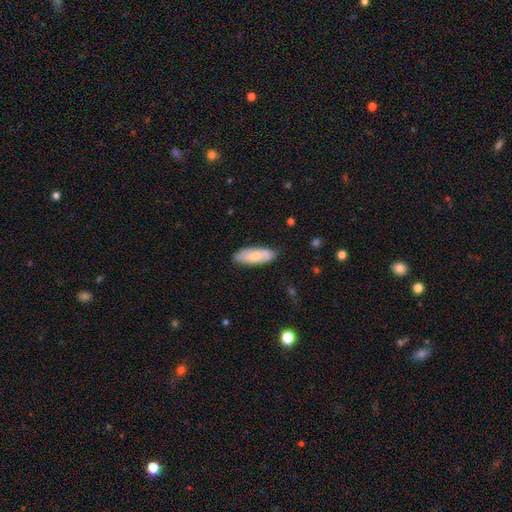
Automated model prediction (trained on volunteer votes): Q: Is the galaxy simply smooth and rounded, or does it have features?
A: smooth — 68%.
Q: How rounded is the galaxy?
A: in between — 71%.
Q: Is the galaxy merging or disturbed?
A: none — 81%.